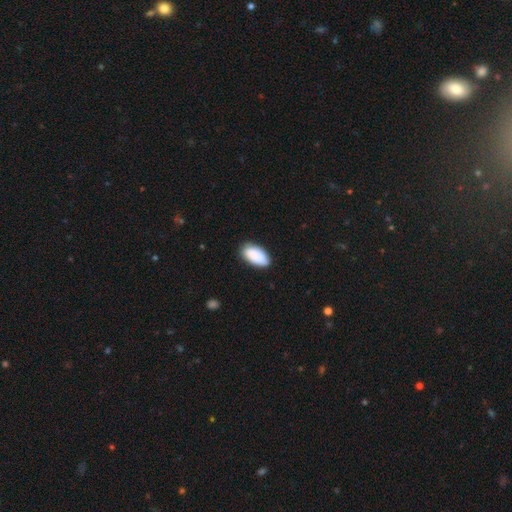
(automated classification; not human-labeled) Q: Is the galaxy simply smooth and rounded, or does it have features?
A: smooth — 86%.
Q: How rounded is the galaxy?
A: in between — 95%.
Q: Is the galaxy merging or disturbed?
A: none — 81%.